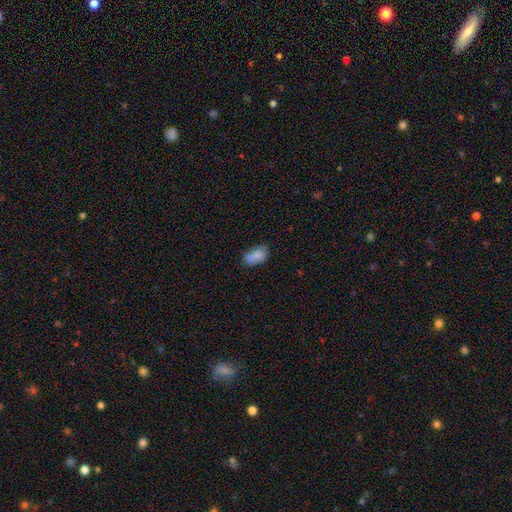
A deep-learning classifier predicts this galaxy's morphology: Smooth or featured?
  - smooth: 76% *
  - featured or disk: 15%
  - star or artifact: 9%
How rounded?
  - in between: 87% *
  - round: 10%
  - cigar-shaped: 2%
Merging?
  - none: 50% *
  - minor disturbance: 24%
  - merger: 20%
  - major disturbance: 6%